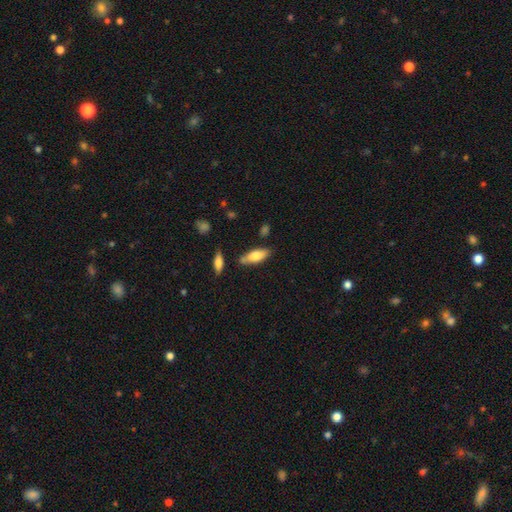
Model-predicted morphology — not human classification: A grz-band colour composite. It shows a smooth galaxy with no disk features (75%) that is in between round and cigar-shaped (72%). Merging: none (70%).